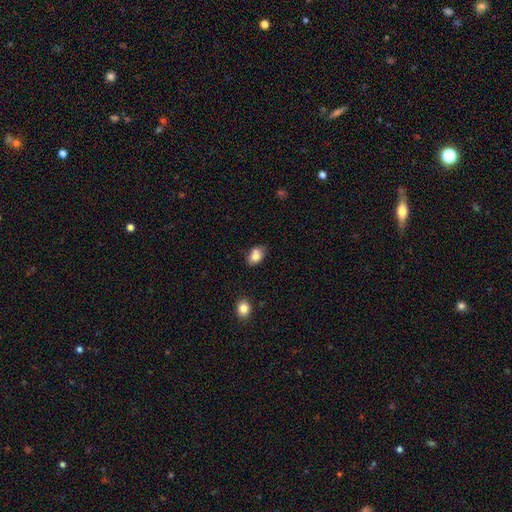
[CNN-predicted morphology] Smooth or featured? Predicted: smooth (p=0.81). How rounded? Predicted: in between (p=0.82). Merging? Predicted: none (p=0.62).